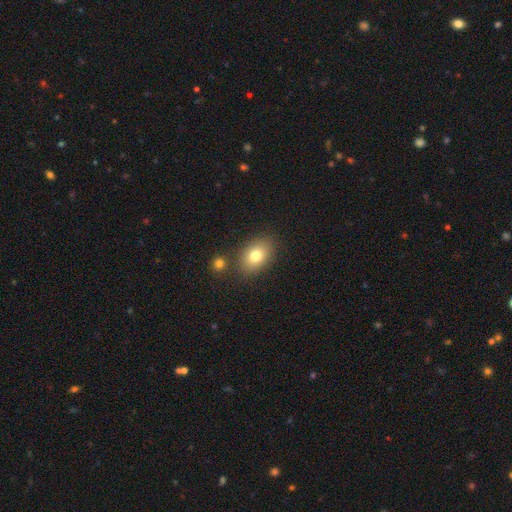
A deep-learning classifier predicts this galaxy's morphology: Overall: smooth (79%). How rounded: in between (78%). Merging: none (79%).